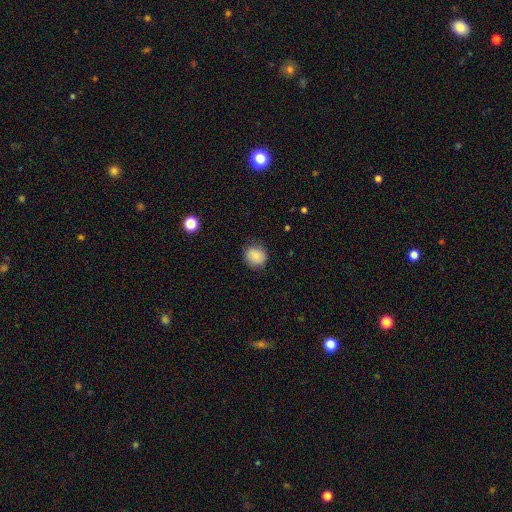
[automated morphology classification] This appears to be a smooth galaxy with no disk features (84%) that is round (84%). Merging: none (81%).